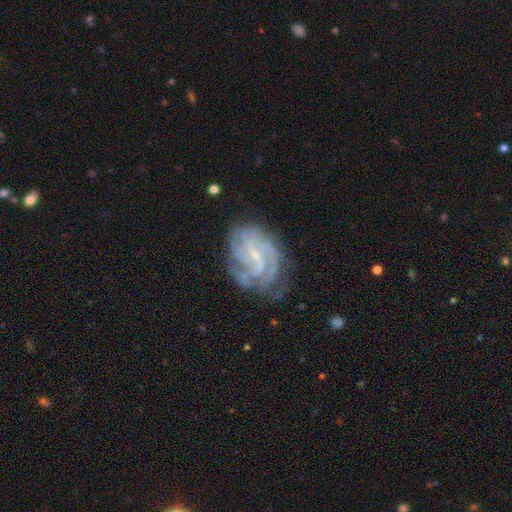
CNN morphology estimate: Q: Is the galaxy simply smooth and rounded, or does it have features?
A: featured or disk — 86%.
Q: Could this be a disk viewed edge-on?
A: no — 98%.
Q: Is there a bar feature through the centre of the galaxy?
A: weak — 54%.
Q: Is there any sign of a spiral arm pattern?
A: yes — 96%.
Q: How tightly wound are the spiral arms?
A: tight — 58%.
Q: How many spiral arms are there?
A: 3 — 25%, tied with can't tell.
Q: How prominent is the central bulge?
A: small — 67%.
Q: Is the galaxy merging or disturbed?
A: none — 68%.